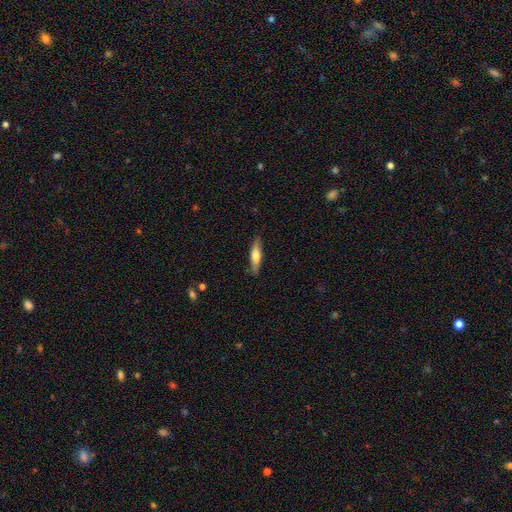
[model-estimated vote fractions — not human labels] This is likely a smooth galaxy (61%). How rounded: likely cigar-shaped (73%). Merging: clearly none (86%).